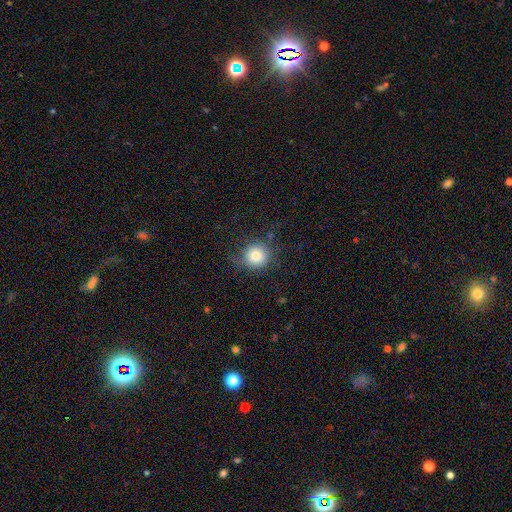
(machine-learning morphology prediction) This is clearly a smooth galaxy (82%). How rounded: clearly round (91%). Merging: likely none (75%).